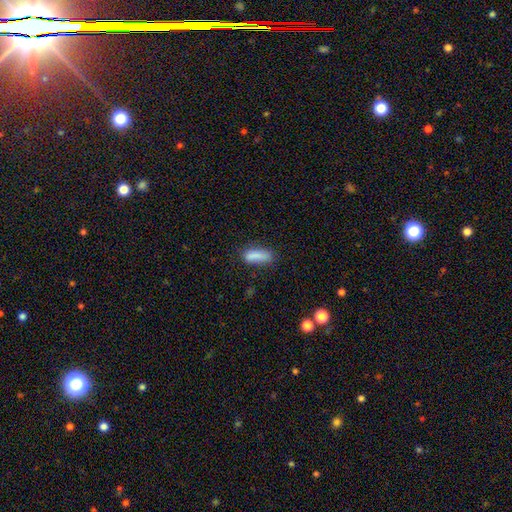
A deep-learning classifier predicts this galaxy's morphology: Overall: smooth (83%). How rounded: in between (54%; cigar-shaped 44%). Merging: none (67%).